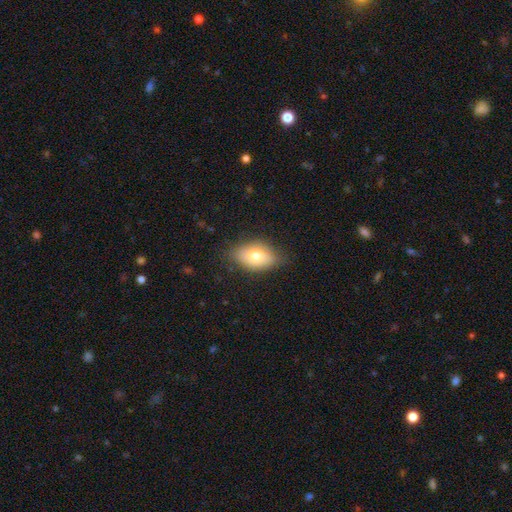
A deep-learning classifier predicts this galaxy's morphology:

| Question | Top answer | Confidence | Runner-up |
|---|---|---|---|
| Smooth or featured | smooth | 73% | featured or disk (18%) |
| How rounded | in between | 86% | round (12%) |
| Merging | none | 76% | minor disturbance (19%) |